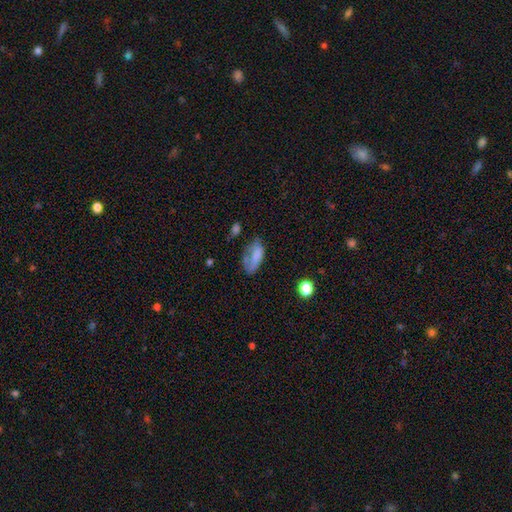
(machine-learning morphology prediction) Smooth or featured? Predicted: smooth (p=0.70). How rounded? Predicted: in between (p=0.87). Merging? Predicted: none (p=0.40).